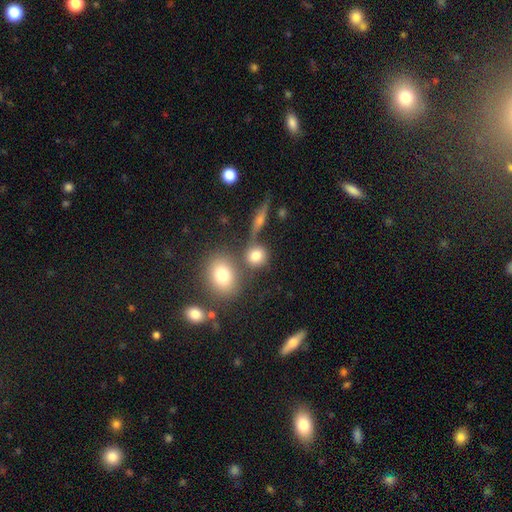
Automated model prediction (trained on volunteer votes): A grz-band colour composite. It shows a smooth galaxy with no disk features (76%) that is round (81%). Merging: none (59%).